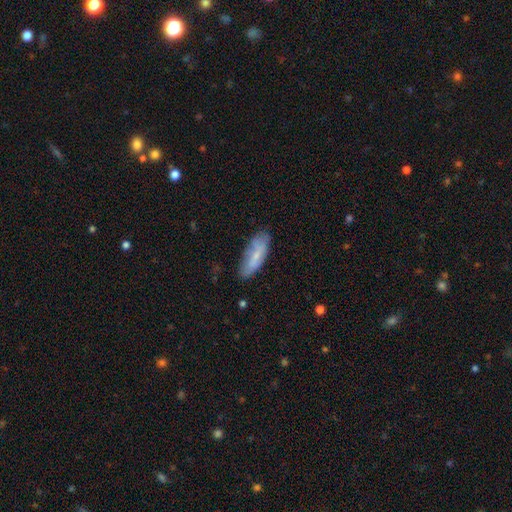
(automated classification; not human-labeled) This is likely a smooth galaxy (68%). How rounded: likely in between (61%). Merging: likely none (65%).